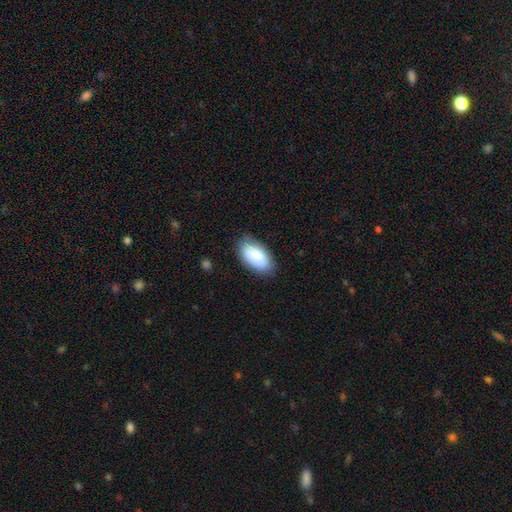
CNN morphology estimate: Smooth or featured? smooth (83%)
How rounded? in between (95%)
Merging? none (79%)